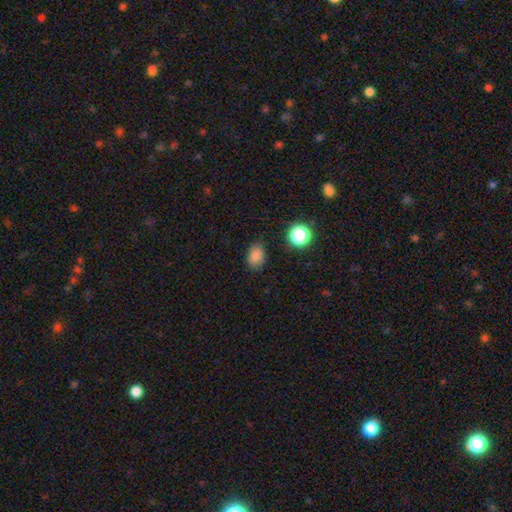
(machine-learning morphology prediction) Smooth or featured?
  - smooth: 83% *
  - star or artifact: 13%
  - featured or disk: 5%
How rounded?
  - in between: 77% *
  - round: 22%
  - cigar-shaped: 1%
Merging?
  - none: 81% *
  - minor disturbance: 14%
  - major disturbance: 3%
  - merger: 2%